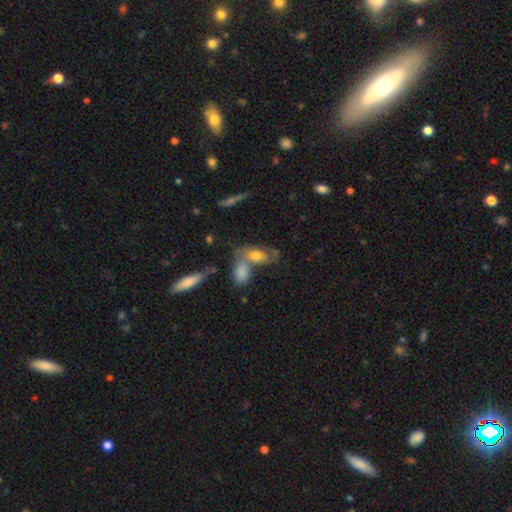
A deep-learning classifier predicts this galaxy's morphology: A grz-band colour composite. It shows a smooth galaxy with no disk features (59%) that is in between round and cigar-shaped (80%). Merging: merger (44%).